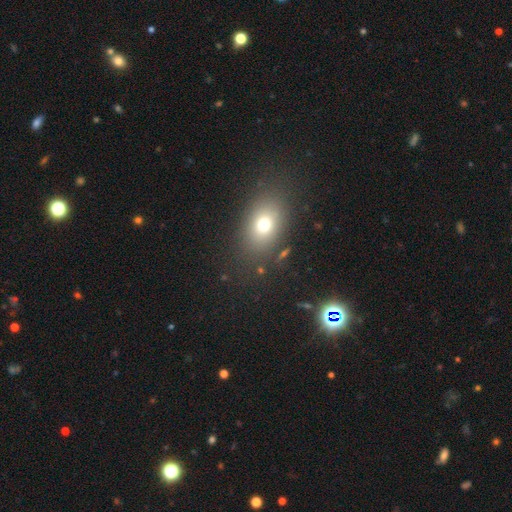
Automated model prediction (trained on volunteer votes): Q: Smooth or featured?
A: smooth (62%); runner-up: star or artifact (26%)
Q: How rounded?
A: in between (72%); runner-up: round (25%)
Q: Merging?
A: none (86%); runner-up: minor disturbance (8%)